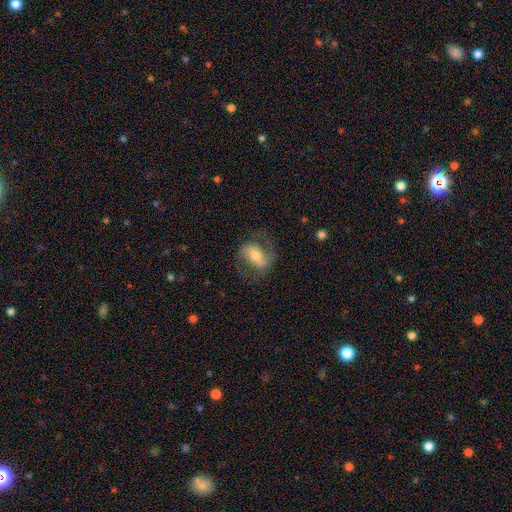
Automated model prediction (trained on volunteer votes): Smooth or featured?
  - featured or disk: 65% *
  - smooth: 27%
  - star or artifact: 8%
Edge-on disk?
  - no: 95% *
  - yes: 5%
Bar?
  - strong: 38% *
  - weak: 37%
  - no: 25%
Spiral arms?
  - yes: 86% *
  - no: 14%
Spiral winding?
  - medium: 47% *
  - loose: 36%
  - tight: 17%
Spiral arm count?
  - 2: 87% *
  - can't tell: 7%
  - 1: 4%
  - 3: 1%
  - 4: 1%
  - more than 4: 1%
Bulge size?
  - moderate: 59% *
  - small: 28%
  - large: 10%
  - none: 2%
  - dominant: 2%
Merging?
  - none: 69% *
  - minor disturbance: 17%
  - major disturbance: 13%
  - merger: 1%